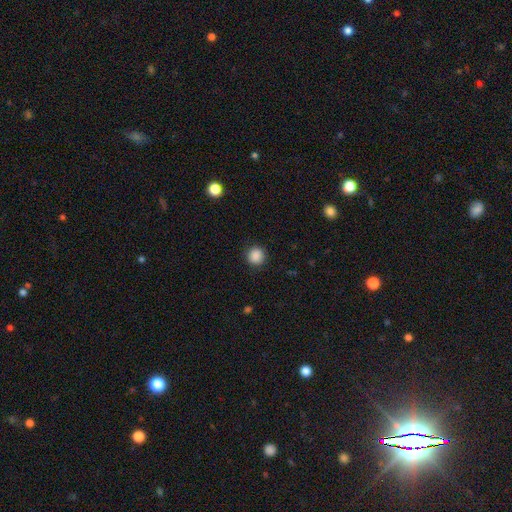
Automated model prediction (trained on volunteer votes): A smooth galaxy with no disk features (88%) that is round (93%).

Vote fractions:
- Smooth or featured? smooth: 88% / star or artifact: 10% / featured or disk: 2%
- How rounded? round: 93% / in between: 6% / cigar-shaped: 1%
- Merging? none: 90% / minor disturbance: 7% / major disturbance: 2% / merger: 1%